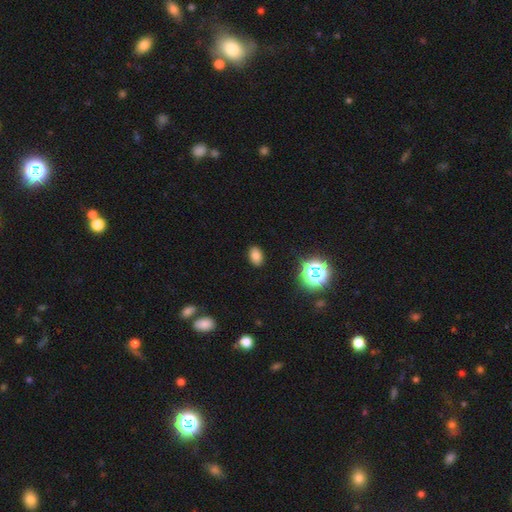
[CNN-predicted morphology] A smooth galaxy with no disk features (75%) that is in between round and cigar-shaped (82%).

Vote fractions:
- Smooth or featured? smooth: 75% / star or artifact: 18% / featured or disk: 7%
- How rounded? in between: 82% / round: 17% / cigar-shaped: 1%
- Merging? none: 88% / minor disturbance: 9% / major disturbance: 2% / merger: 1%